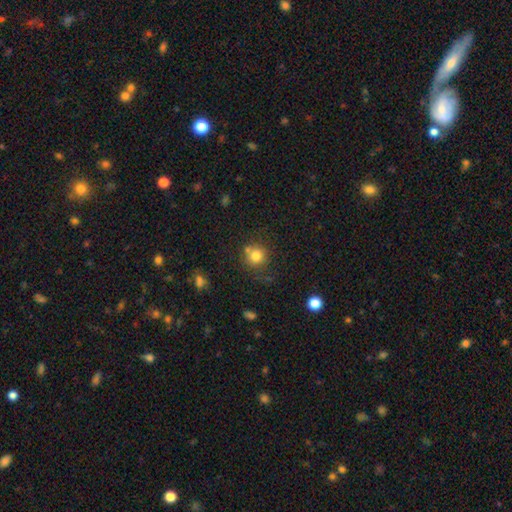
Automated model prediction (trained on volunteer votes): This appears to be a smooth galaxy with no disk features (79%) that is round (90%). Merging: none (66%).